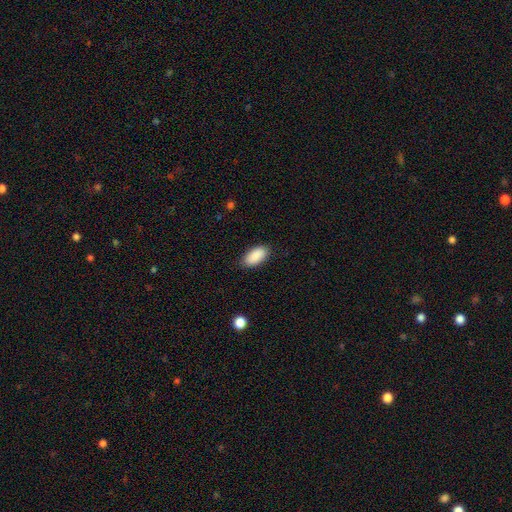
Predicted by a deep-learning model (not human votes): Smooth or featured? Predicted: smooth (p=0.90). How rounded? Predicted: in between (p=0.92). Merging? Predicted: none (p=0.85).